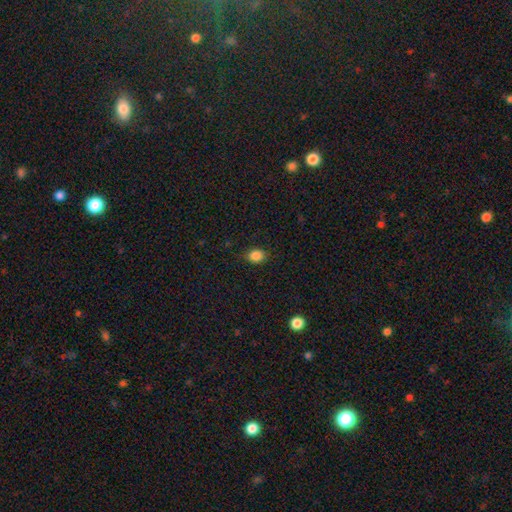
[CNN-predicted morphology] Overall: smooth (86%). How rounded: in between (59%; round 40%). Merging: none (86%).